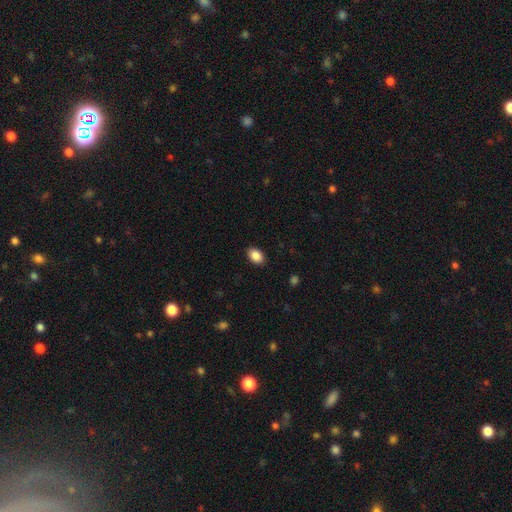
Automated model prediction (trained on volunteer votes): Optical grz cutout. It shows a smooth galaxy with no disk features (88%) that is in between round and cigar-shaped (86%). Merging: none (89%).